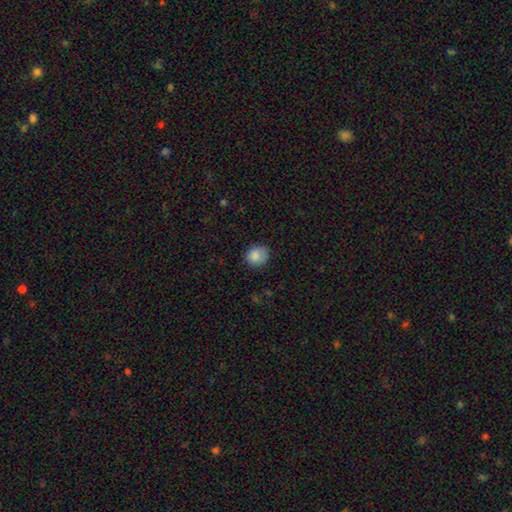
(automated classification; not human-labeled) Smooth or featured: smooth — 86% (star or artifact — 9%)
How rounded: round — 80% (in between — 19%)
Merging: none — 73% (minor disturbance — 21%)